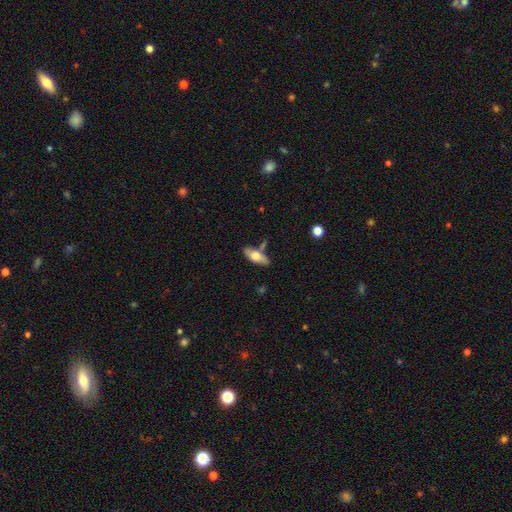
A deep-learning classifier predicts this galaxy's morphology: smooth_or_featured: smooth (p=0.64) [alt: featured or disk p=0.30]
how_rounded: in between (p=0.72) [alt: cigar-shaped p=0.26]
merging: none (p=0.65) [alt: minor disturbance p=0.18]